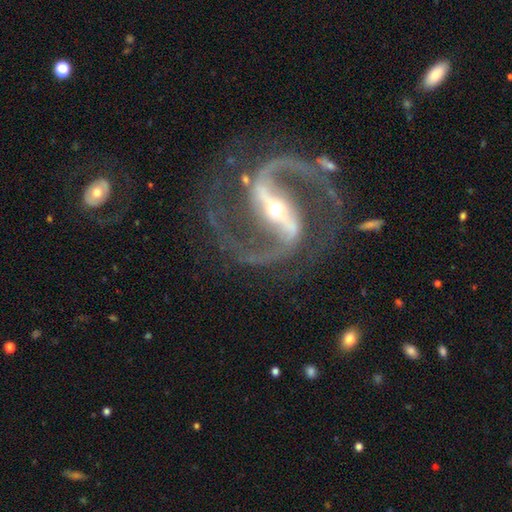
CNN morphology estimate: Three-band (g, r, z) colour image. It shows a featured or disk galaxy (94%) with a strong bar (76%), 2 (95%) medium (69%) spiral arms (99%) and a small central bulge (57%). Merging: none (81%).